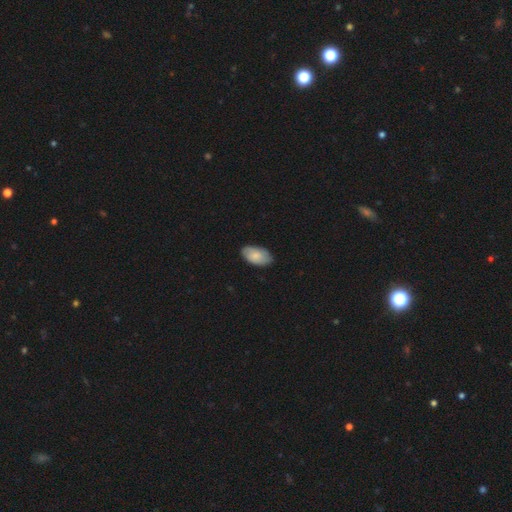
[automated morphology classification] Overall: smooth (77%). How rounded: in between (95%). Merging: none (82%).